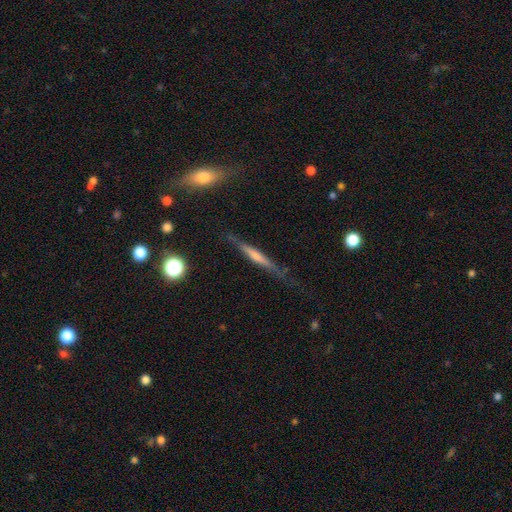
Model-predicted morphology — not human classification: This appears to be a featured or disk galaxy (65%) viewed edge-on (93%) with a rounded central bulge (50%). Merging: none (76%).